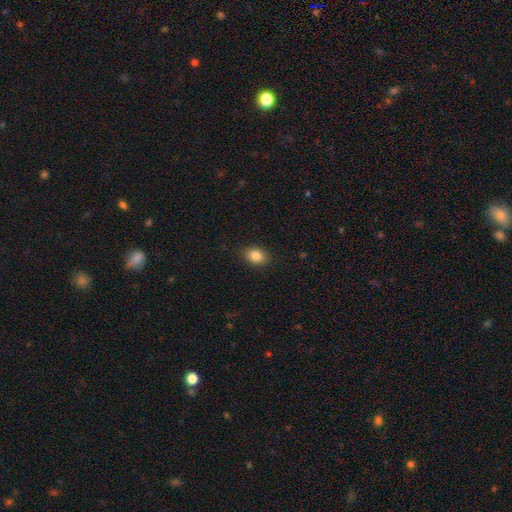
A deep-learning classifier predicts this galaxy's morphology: Smooth or featured? smooth (85%)
How rounded? in between (61%)
Merging? none (88%)